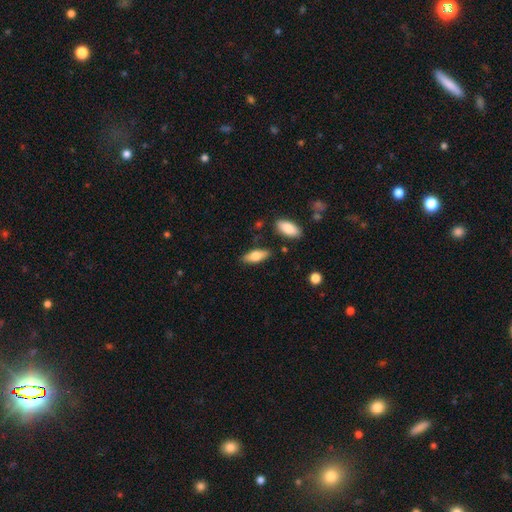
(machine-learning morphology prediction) smooth_or_featured: smooth (p=0.71) [alt: featured or disk p=0.23]
how_rounded: in between (p=0.71) [alt: cigar-shaped p=0.27]
merging: none (p=0.82) [alt: minor disturbance p=0.12]